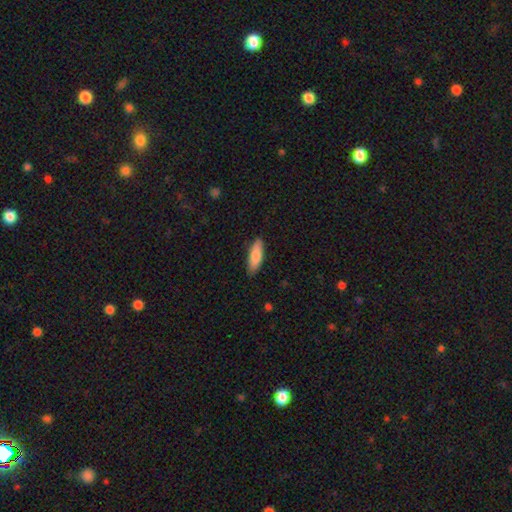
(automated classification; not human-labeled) Overall: smooth (85%). How rounded: in between (52%; cigar-shaped 47%). Merging: none (86%).